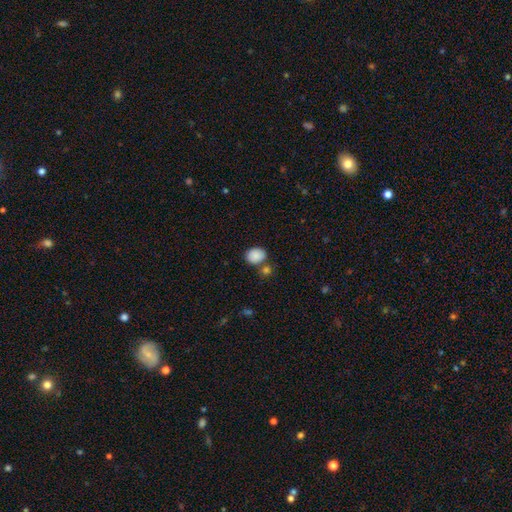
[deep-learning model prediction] Smooth or featured? Predicted: smooth (p=0.88). How rounded? Predicted: in between (p=0.55). Merging? Predicted: none (p=0.70).